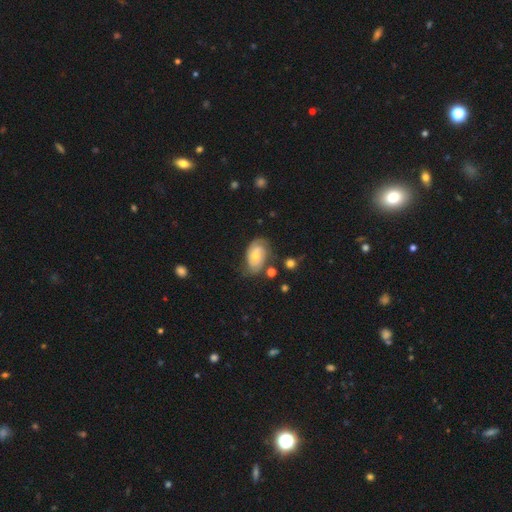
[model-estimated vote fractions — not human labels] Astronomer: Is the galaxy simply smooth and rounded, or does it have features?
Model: featured or disk — 73%.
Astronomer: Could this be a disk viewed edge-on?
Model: no — 96%.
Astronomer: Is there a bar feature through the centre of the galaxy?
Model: no — 65%.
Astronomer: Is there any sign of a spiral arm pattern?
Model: yes — 92%.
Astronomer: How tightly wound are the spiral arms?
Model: tight — 60%.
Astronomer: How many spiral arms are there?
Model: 2 — 66%.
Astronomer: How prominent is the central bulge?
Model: small — 47%, tied with moderate at 47%.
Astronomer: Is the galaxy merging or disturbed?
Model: none — 68%.